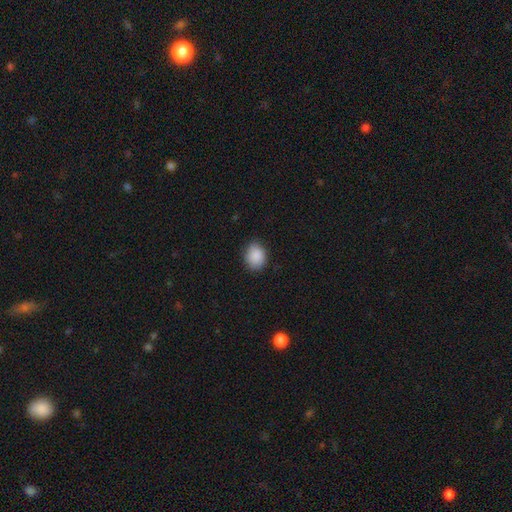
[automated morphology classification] A smooth galaxy with no disk features (89%) that is in between round and cigar-shaped (52%). Merging: none (83%).